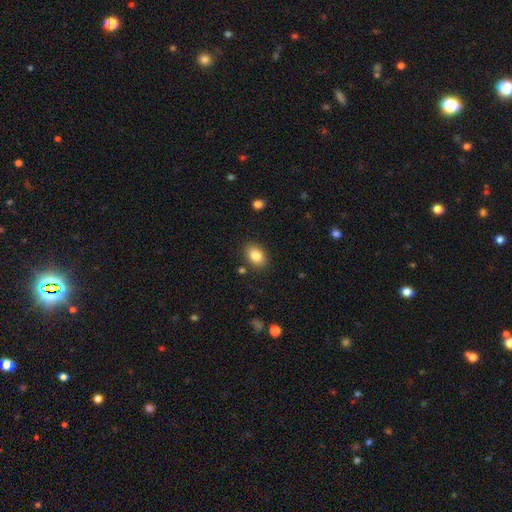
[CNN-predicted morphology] smooth 86%, star or artifact 8%, featured or disk 6%. Down the decision tree: how rounded — in between (82%); merging — none (85%).